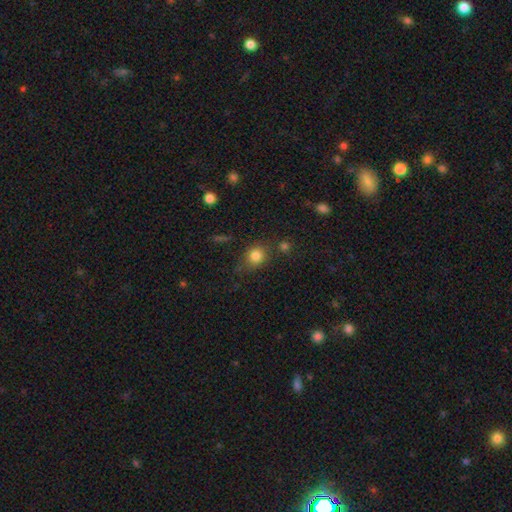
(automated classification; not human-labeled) Overall: smooth (80%). How rounded: round (71%). Merging: none (69%).